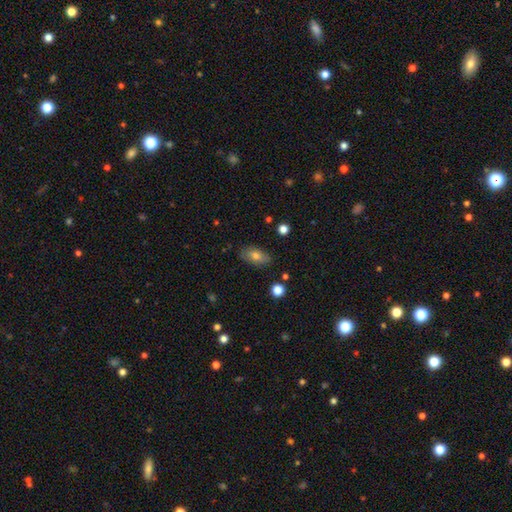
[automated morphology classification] Q: Smooth or featured?
A: smooth (74%); runner-up: featured or disk (18%)
Q: How rounded?
A: in between (88%); runner-up: round (7%)
Q: Merging?
A: none (79%); runner-up: minor disturbance (16%)